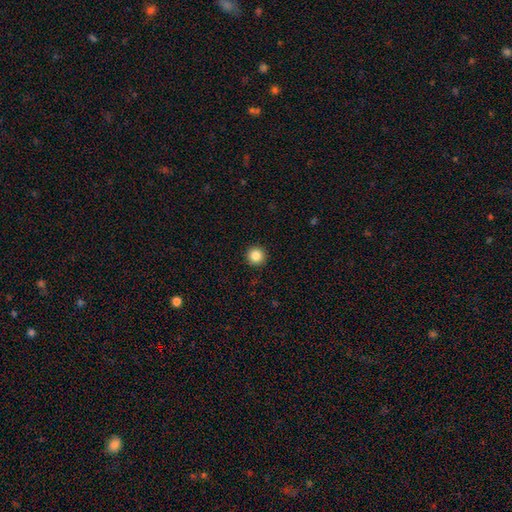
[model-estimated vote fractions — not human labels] Q: Smooth or featured?
A: smooth (85%); runner-up: star or artifact (10%)
Q: How rounded?
A: round (96%); runner-up: in between (3%)
Q: Merging?
A: none (94%); runner-up: minor disturbance (4%)